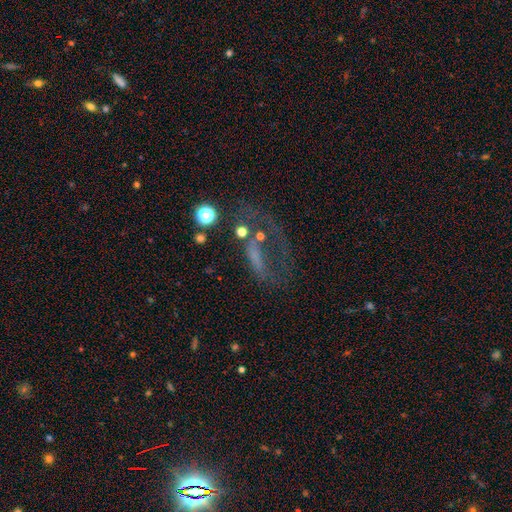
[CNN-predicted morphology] type=featured or disk (46%); merging=major disturbance (44%).